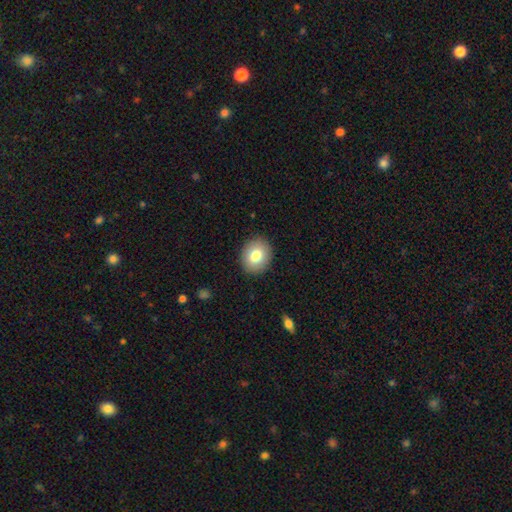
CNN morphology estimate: Smooth or featured: smooth — 79% (featured or disk — 12%)
How rounded: round — 61% (in between — 38%)
Merging: none — 90% (minor disturbance — 7%)